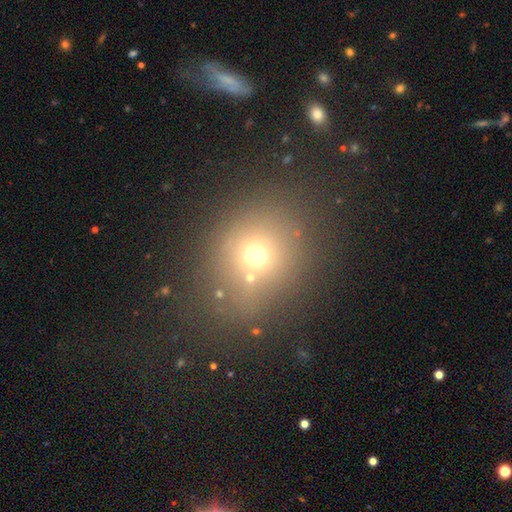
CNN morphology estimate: type=smooth (64%); roundness=round (71%); merging=none (71%).